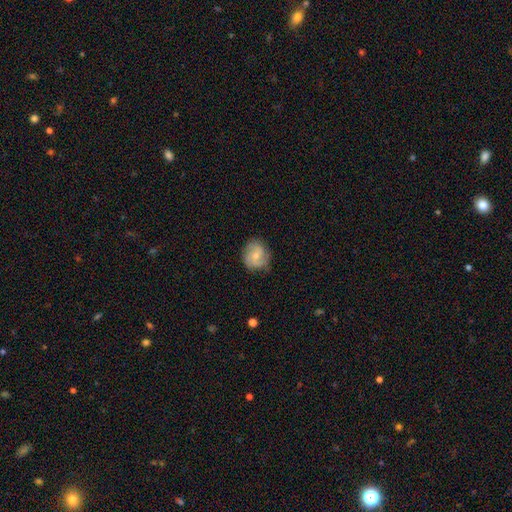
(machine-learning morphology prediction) smooth-or-featured: featured or disk: 50% | smooth: 43% | star or artifact: 7%
  merging: none: 77% | minor disturbance: 18% | major disturbance: 4% | merger: 1%